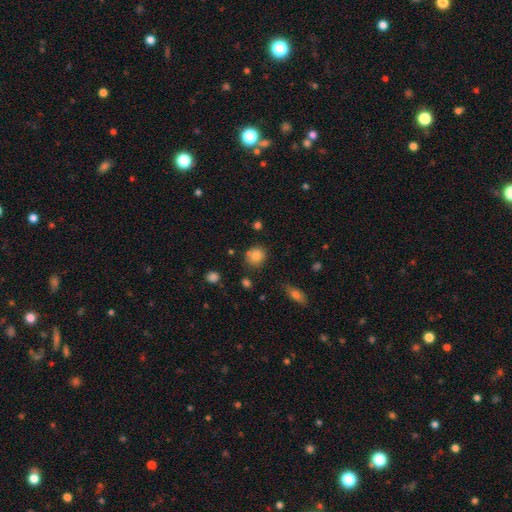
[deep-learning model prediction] Overall: smooth (82%). How rounded: round (82%). Merging: none (77%).